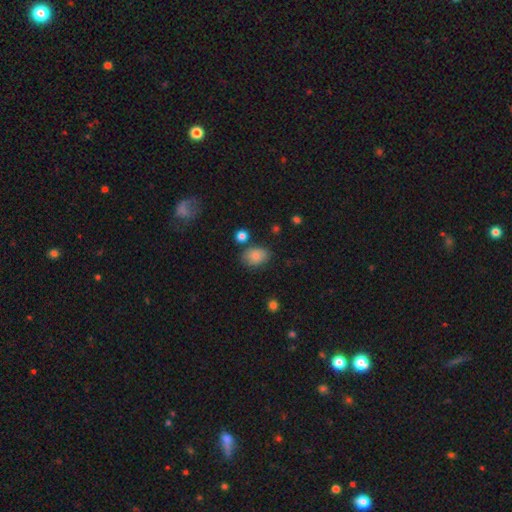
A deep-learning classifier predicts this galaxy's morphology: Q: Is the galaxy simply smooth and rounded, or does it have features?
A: smooth — 82%.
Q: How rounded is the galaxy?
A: in between — 75%.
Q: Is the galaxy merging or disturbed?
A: none — 74%.